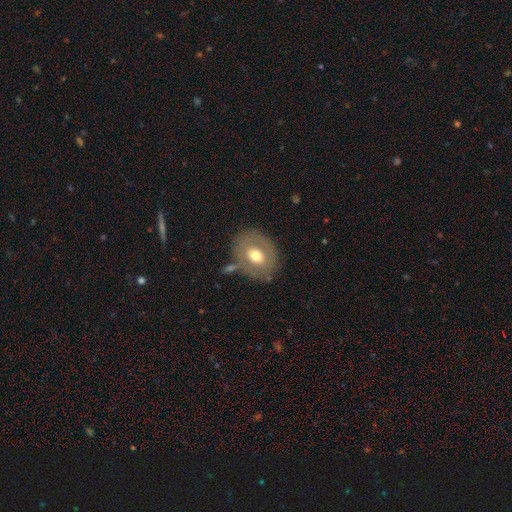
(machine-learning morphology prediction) Q: Smooth or featured?
A: smooth (58%); runner-up: featured or disk (35%)
Q: How rounded?
A: round (54%); runner-up: in between (45%)
Q: Merging?
A: none (73%); runner-up: minor disturbance (14%)